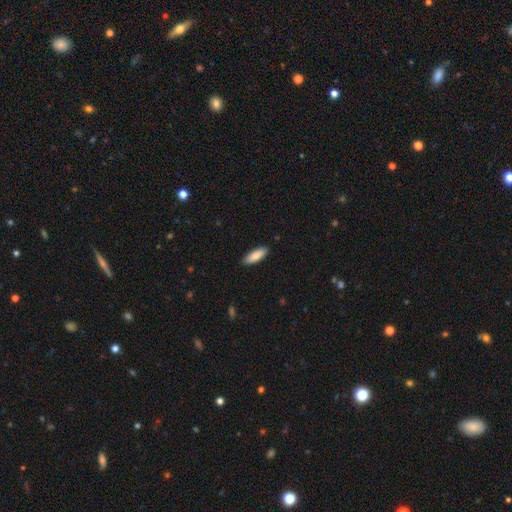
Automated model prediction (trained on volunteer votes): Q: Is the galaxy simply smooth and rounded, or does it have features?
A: smooth — 85%.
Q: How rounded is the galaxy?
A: in between — 58%.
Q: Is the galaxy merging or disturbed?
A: none — 89%.